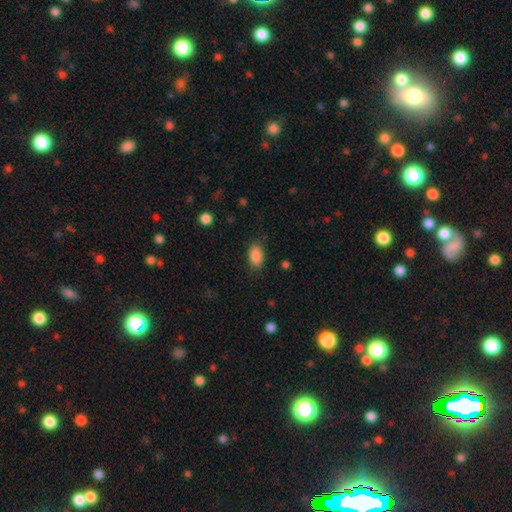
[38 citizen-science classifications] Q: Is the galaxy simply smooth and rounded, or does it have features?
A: smooth — 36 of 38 (95%).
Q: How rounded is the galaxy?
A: in between — 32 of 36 (89%).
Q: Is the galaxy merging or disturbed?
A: none — 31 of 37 (84%).